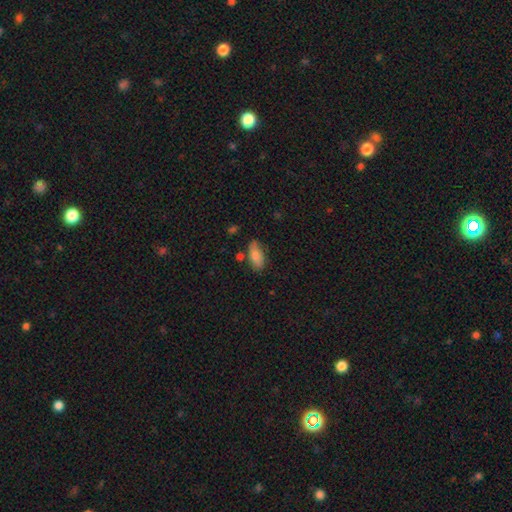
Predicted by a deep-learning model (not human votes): Overall: smooth (82%). How rounded: in between (87%). Merging: none (68%).